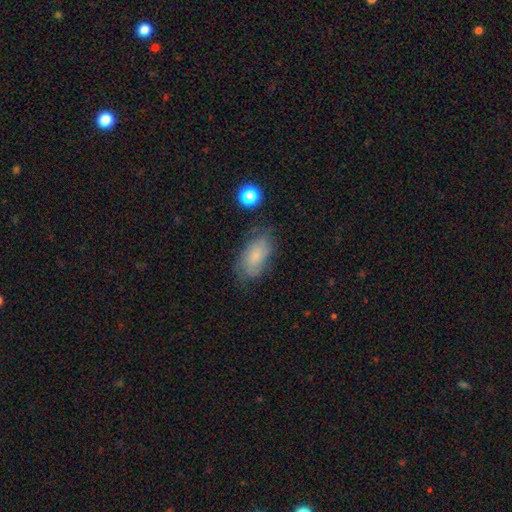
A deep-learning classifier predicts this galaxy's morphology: Smooth or featured?
  - smooth: 68% *
  - featured or disk: 23%
  - star or artifact: 9%
How rounded?
  - in between: 92% *
  - round: 5%
  - cigar-shaped: 3%
Merging?
  - none: 65% *
  - minor disturbance: 24%
  - major disturbance: 9%
  - merger: 2%